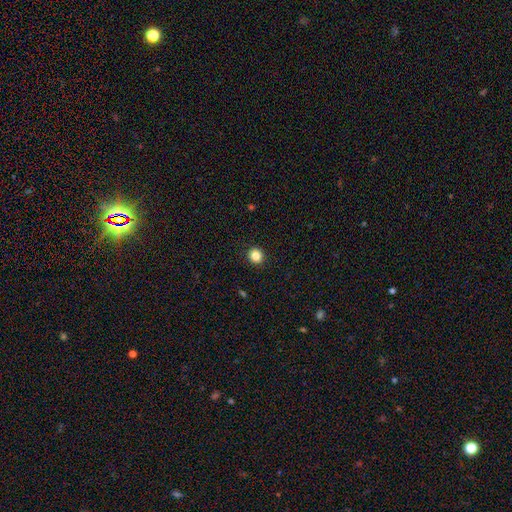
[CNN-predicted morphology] This is clearly a smooth galaxy (84%). How rounded: clearly round (90%). Merging: clearly none (93%).